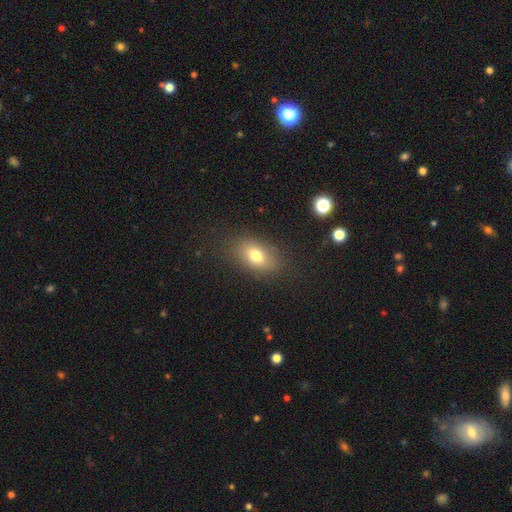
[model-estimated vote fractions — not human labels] This appears to be a smooth galaxy with no disk features (76%) that is in between round and cigar-shaped (84%). Merging: none (82%).